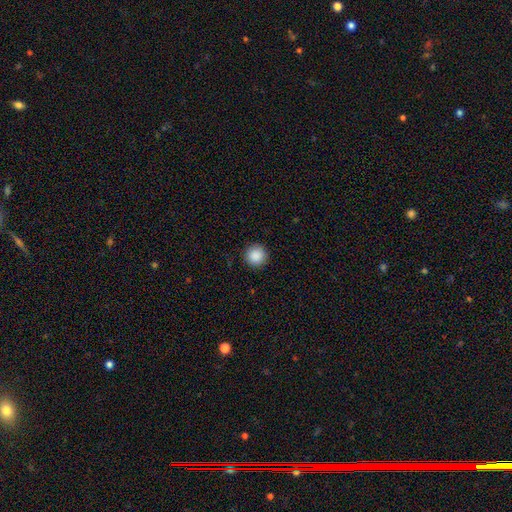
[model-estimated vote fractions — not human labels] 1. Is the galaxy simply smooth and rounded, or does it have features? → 89% smooth, 8% star or artifact, 3% featured or disk.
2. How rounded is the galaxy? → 96% round, 3% in between, 1% cigar-shaped.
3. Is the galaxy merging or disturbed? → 92% none, 5% minor disturbance, 2% major disturbance, 1% merger.